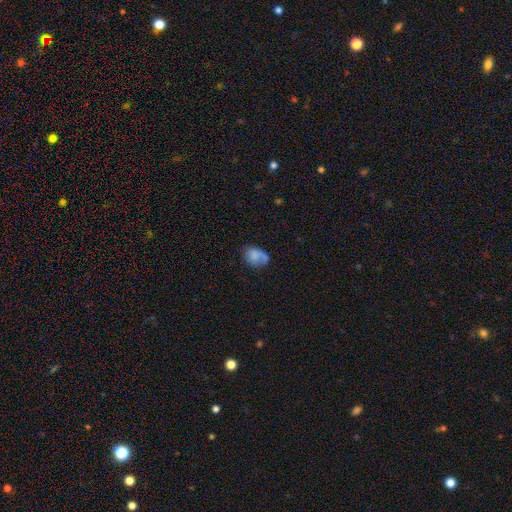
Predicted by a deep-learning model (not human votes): smooth-or-featured: smooth: 74% | featured or disk: 17% | star or artifact: 9%
  how-rounded: in between: 68% | round: 31% | cigar-shaped: 1%
  merging: none: 49% | minor disturbance: 29% | major disturbance: 15% | merger: 7%